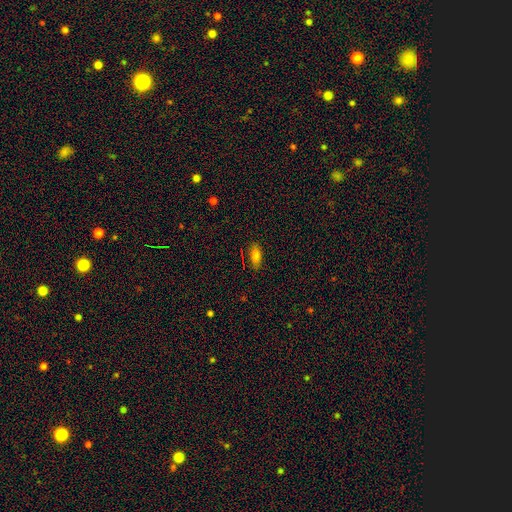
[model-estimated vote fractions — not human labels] Overall: smooth (78%). How rounded: in between (85%). Merging: none (85%).